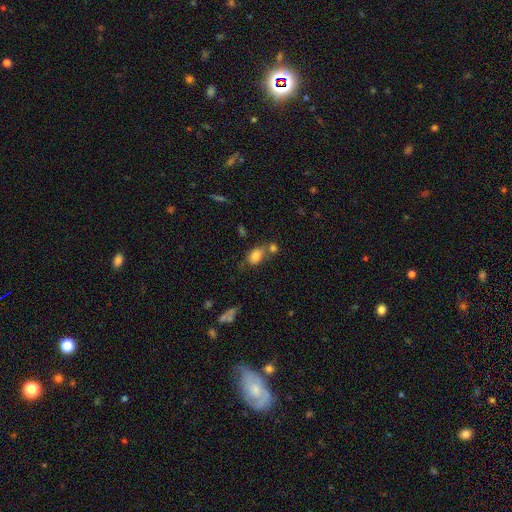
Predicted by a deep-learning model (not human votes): Q: Smooth or featured?
A: smooth (80%); runner-up: featured or disk (10%)
Q: How rounded?
A: in between (80%); runner-up: round (18%)
Q: Merging?
A: none (49%); runner-up: merger (28%)